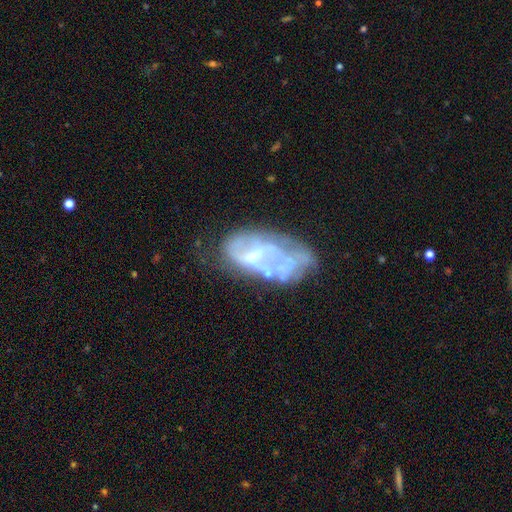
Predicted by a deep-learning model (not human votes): Smooth or featured: featured or disk — 68% (smooth — 23%)
Edge-on disk: no — 96% (yes — 4%)
Bar: no — 64% (weak — 27%)
Spiral arms: no — 72% (yes — 28%)
Bulge size: moderate — 36% (small — 35%)
Merging: none — 31% (major disturbance — 30%)